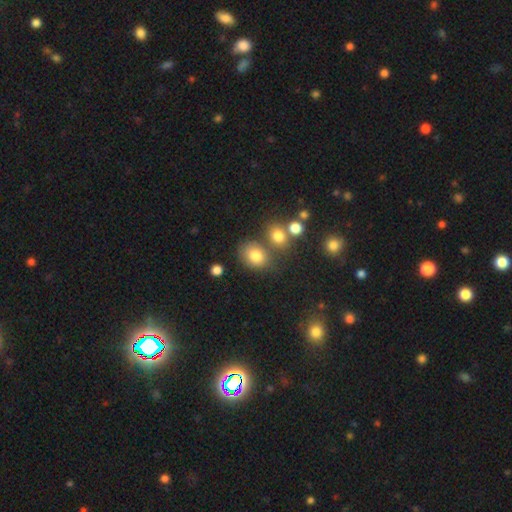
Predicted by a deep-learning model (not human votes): Morphology: type=smooth (78%); roundness=in between (50%); merging=none (59%).